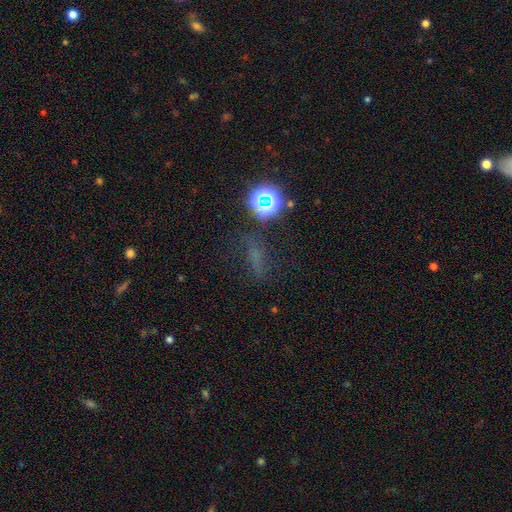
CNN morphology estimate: Smooth or featured? Predicted: smooth (p=0.41). Merging? Predicted: none (p=0.66).